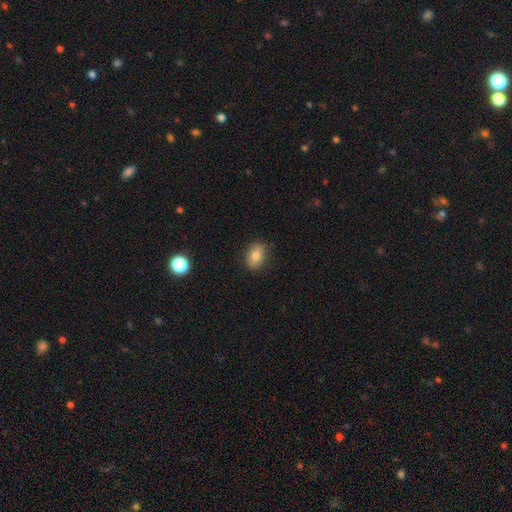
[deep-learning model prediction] Smooth or featured? smooth (79%)
How rounded? in between (72%)
Merging? none (83%)